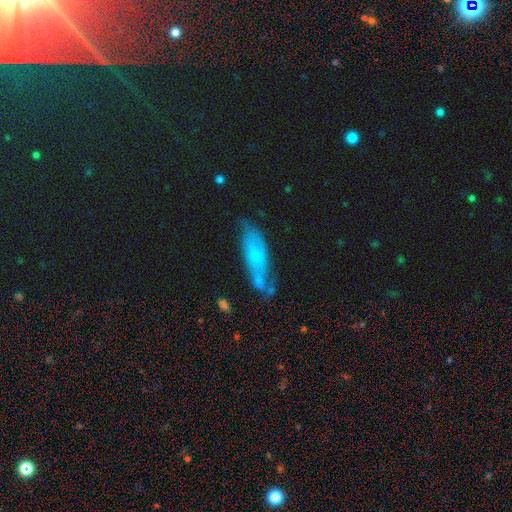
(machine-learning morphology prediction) A smooth galaxy with no disk features (60%) that is in between round and cigar-shaped (54%). Merging: none (48%).